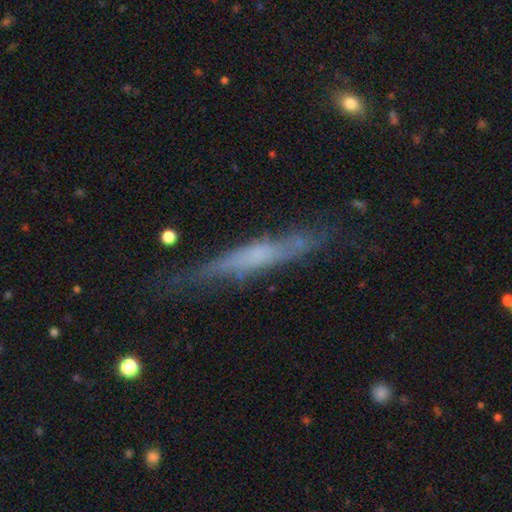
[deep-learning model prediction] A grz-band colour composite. It shows a featured or disk galaxy (53%) viewed edge-on (87%). Merging: none (68%).